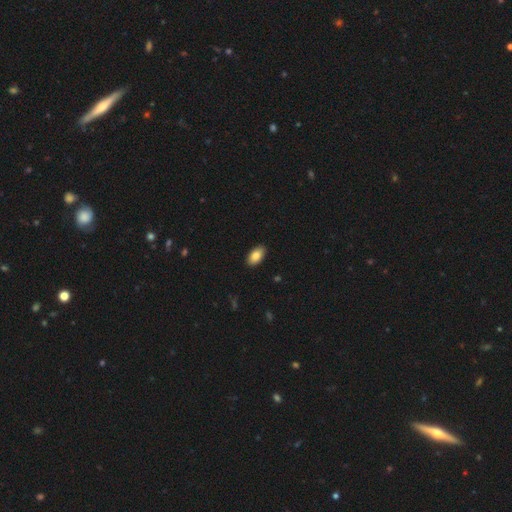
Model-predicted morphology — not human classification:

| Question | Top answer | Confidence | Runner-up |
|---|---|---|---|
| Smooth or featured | smooth | 85% | featured or disk (8%) |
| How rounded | in between | 94% | round (4%) |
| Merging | none | 90% | minor disturbance (7%) |